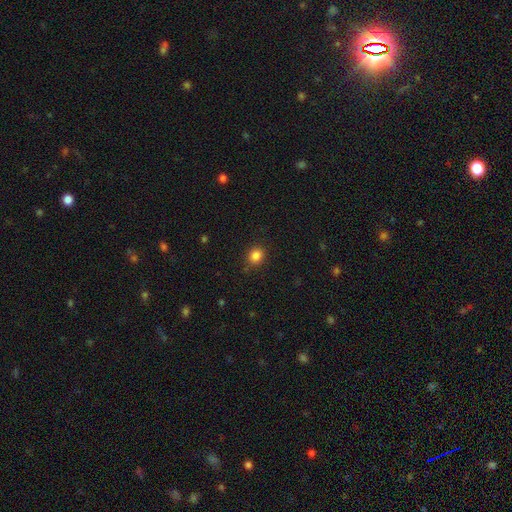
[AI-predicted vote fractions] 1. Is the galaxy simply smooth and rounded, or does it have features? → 84% smooth, 12% star or artifact, 4% featured or disk.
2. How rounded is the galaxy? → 79% round, 20% in between, 1% cigar-shaped.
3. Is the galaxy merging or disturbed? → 86% none, 9% minor disturbance, 3% major disturbance, 2% merger.